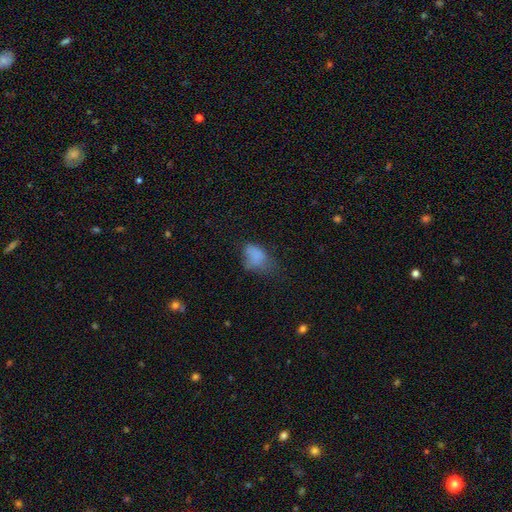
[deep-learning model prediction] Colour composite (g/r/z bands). It shows a smooth galaxy with no disk features (74%) that is in between round and cigar-shaped (84%). Merging: minor disturbance (33%).